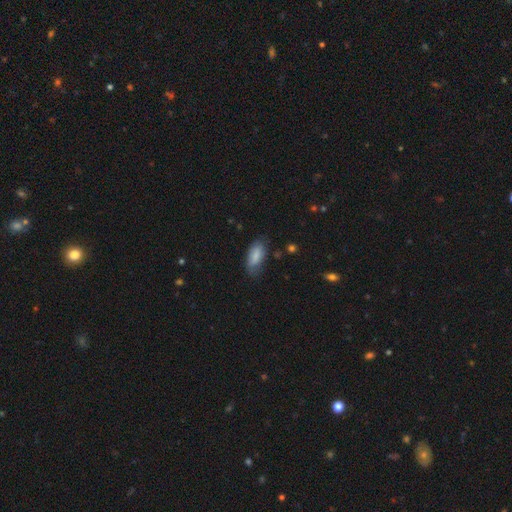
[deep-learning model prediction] Overall: smooth (81%). How rounded: in between (85%). Merging: none (66%; minor disturbance 26%).